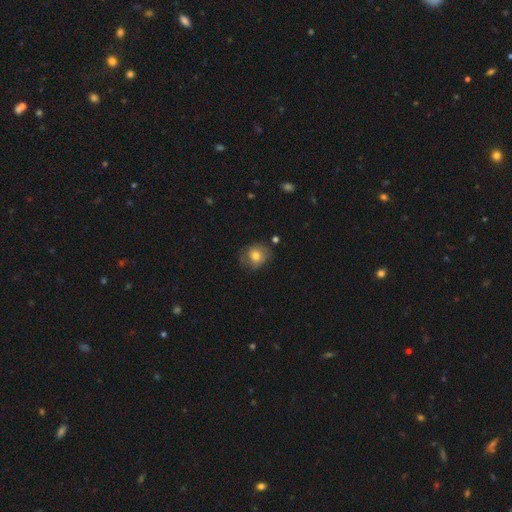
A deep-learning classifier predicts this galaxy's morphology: smooth_or_featured: smooth (p=0.66) [alt: featured or disk p=0.25]
how_rounded: round (p=0.68) [alt: in between p=0.31]
merging: none (p=0.61) [alt: minor disturbance p=0.26]